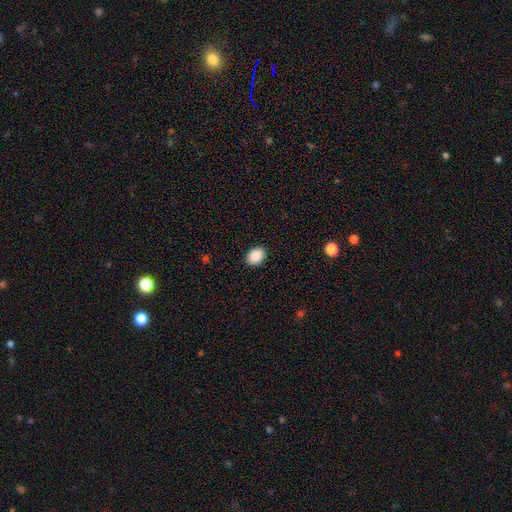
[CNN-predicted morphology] Smooth or featured? Predicted: smooth (p=0.90). How rounded? Predicted: in between (p=0.63). Merging? Predicted: none (p=0.89).